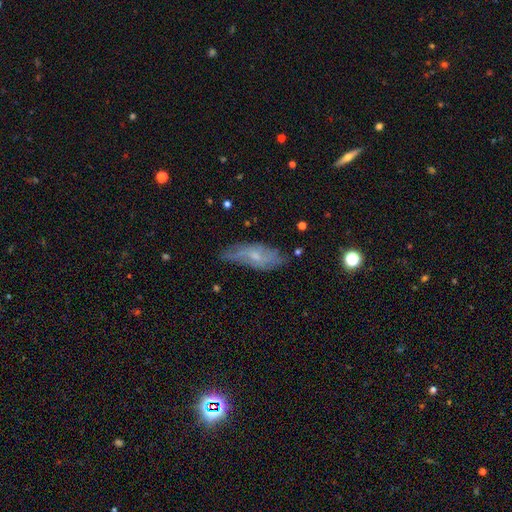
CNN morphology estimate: featured or disk 48%, smooth 43%, star or artifact 8%. Down the decision tree: merging — none (59%).